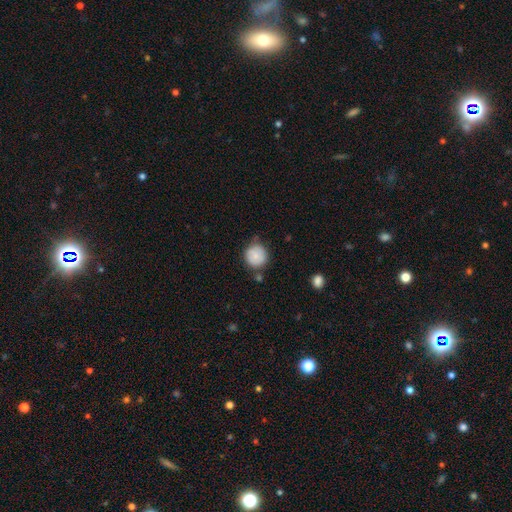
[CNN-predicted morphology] Overall: smooth (84%). How rounded: round (93%). Merging: none (71%).